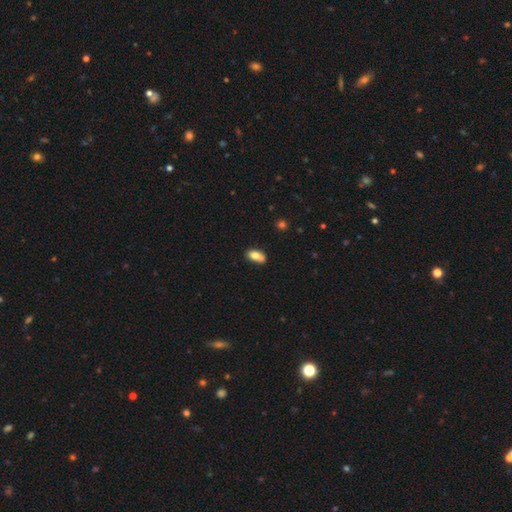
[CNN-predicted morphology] This appears to be a smooth galaxy with no disk features (77%) that is in between round and cigar-shaped (88%). Merging: none (56%).